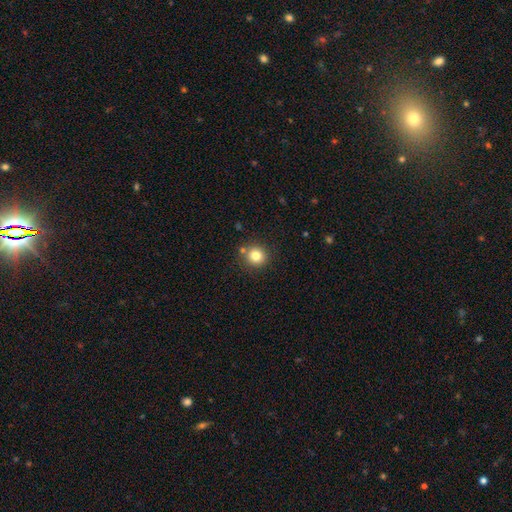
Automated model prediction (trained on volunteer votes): This is clearly a smooth galaxy (81%). How rounded: clearly round (92%). Merging: clearly none (81%).